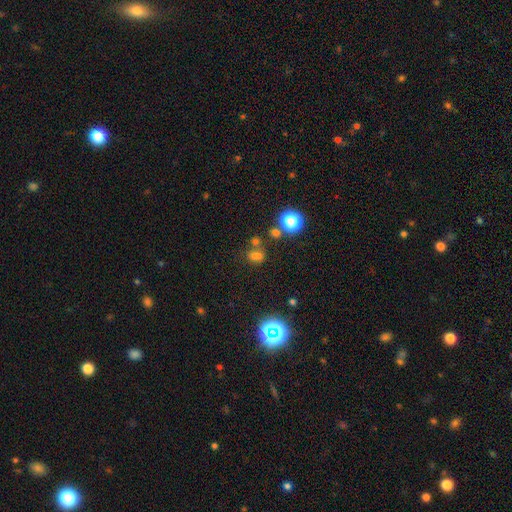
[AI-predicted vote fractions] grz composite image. It shows a smooth galaxy with no disk features (60%) that is round (55%). Merging: none (54%).